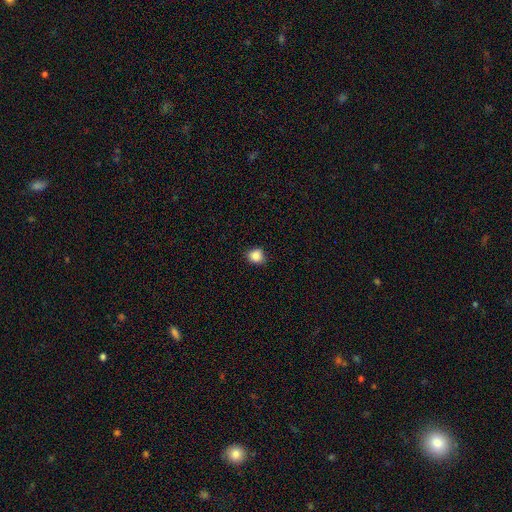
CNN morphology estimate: The model was most divided on "how rounded": round: 81%, in between: 18%, cigar-shaped: 1%. More confident: smooth or featured — smooth (87%); merging — none (85%).